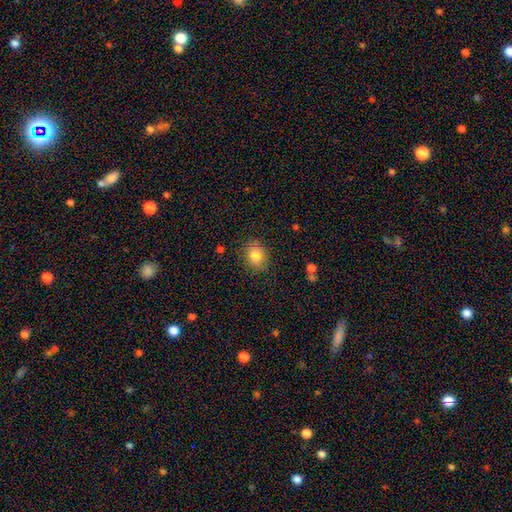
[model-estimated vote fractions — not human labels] A smooth galaxy with no disk features (80%) that is in between round and cigar-shaped (49%, tied with round).

Vote fractions:
- Smooth or featured? smooth: 80% / star or artifact: 11% / featured or disk: 9%
- How rounded? in between: 49% (tied) / round: 49% (tied) / cigar-shaped: 1%
- Merging? none: 79% / minor disturbance: 13% / merger: 5% / major disturbance: 3%